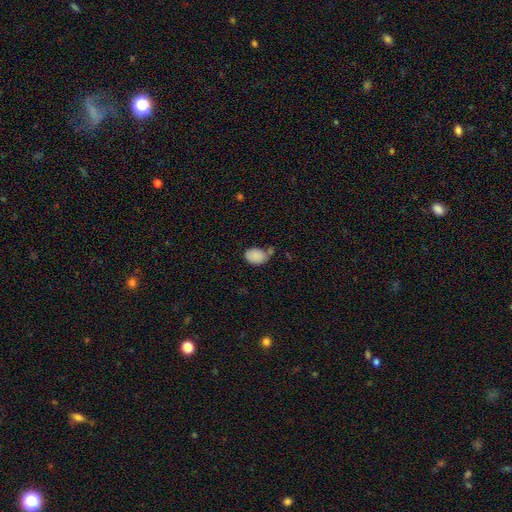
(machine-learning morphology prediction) Overall: smooth (87%). How rounded: in between (77%). Merging: none (49%; minor disturbance 27%).